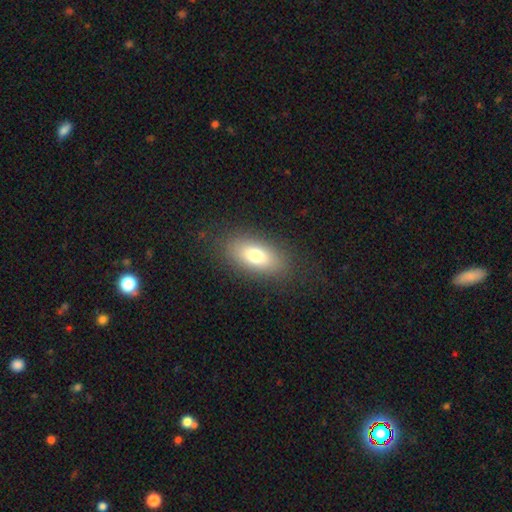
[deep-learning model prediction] This is likely a smooth galaxy (74%). How rounded: clearly in between (86%). Merging: clearly none (85%).